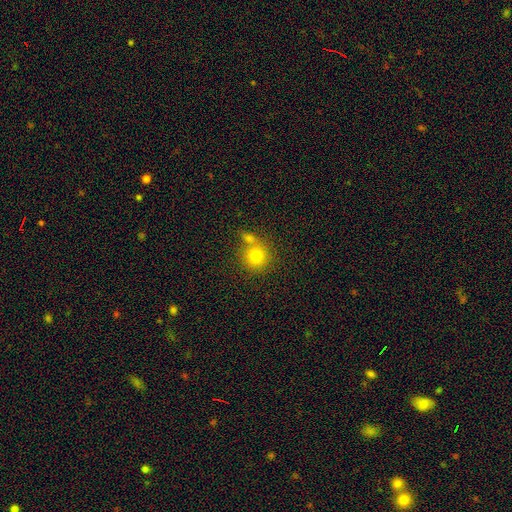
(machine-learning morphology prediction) Overall: smooth (78%). How rounded: round (89%). Merging: none (55%; merger 32%).